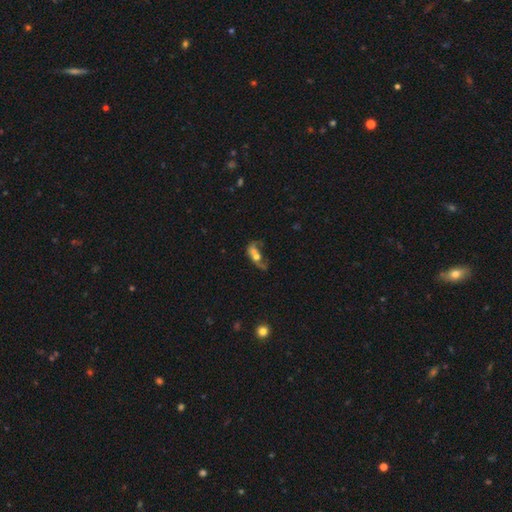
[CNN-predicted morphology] Smooth or featured: featured or disk — 44% (smooth — 42%)
Merging: merger — 41% (major disturbance — 27%)